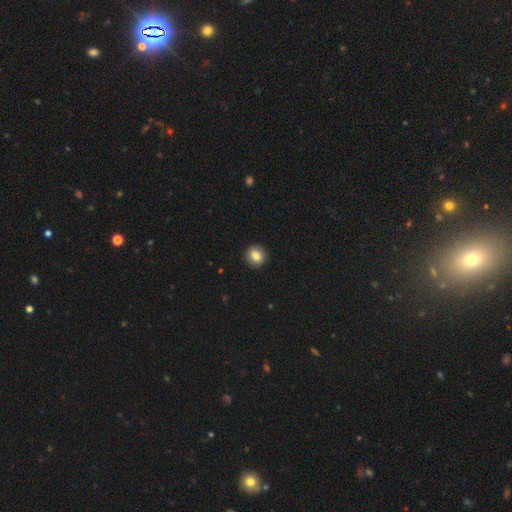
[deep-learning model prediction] smooth 82%, star or artifact 9%, featured or disk 9%. Down the decision tree: how rounded — round (87%); merging — none (92%).